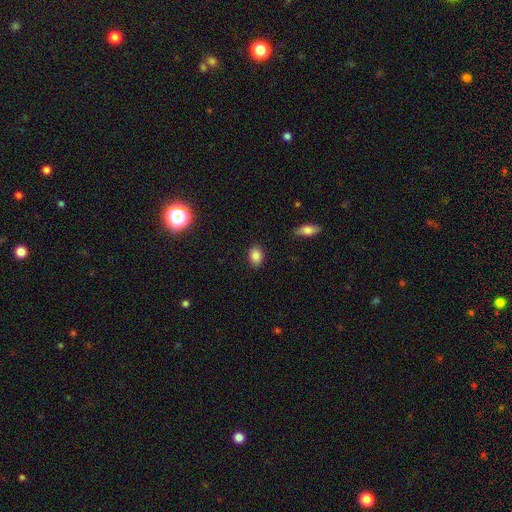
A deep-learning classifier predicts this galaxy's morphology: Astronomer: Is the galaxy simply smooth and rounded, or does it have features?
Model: smooth — 85%.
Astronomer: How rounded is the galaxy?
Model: in between — 74%.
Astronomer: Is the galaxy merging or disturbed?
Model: none — 87%.